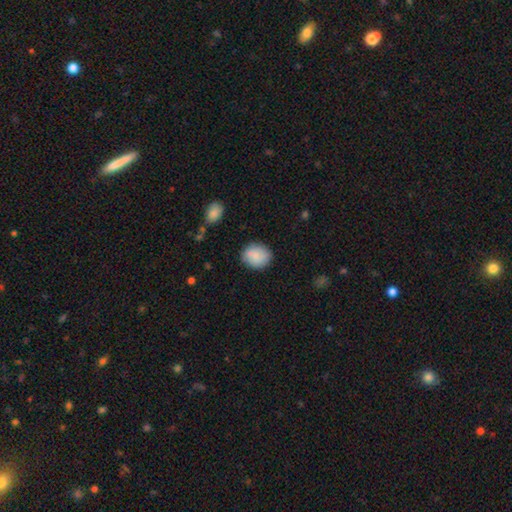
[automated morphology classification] Smooth or featured? smooth (84%)
How rounded? round (66%)
Merging? none (77%)